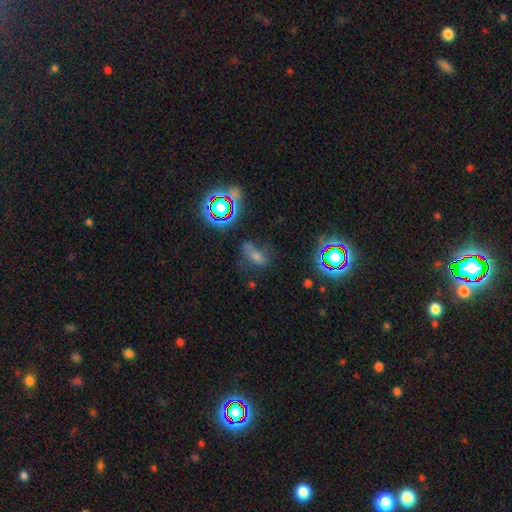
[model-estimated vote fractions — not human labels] A smooth galaxy with no disk features (48%). Merging: none (47%).